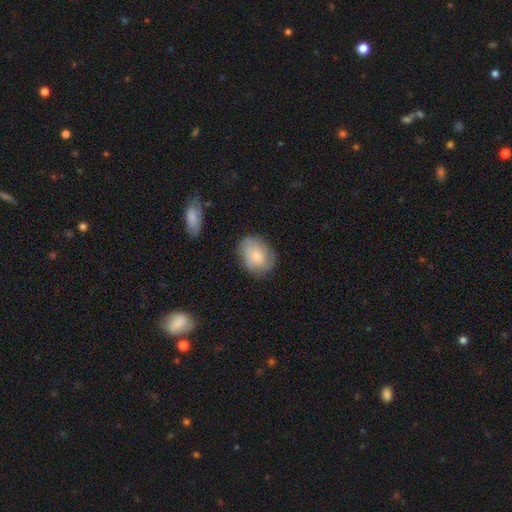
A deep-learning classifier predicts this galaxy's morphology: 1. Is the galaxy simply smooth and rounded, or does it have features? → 63% smooth, 30% featured or disk, 7% star or artifact.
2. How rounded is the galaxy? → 62% in between, 37% round, 1% cigar-shaped.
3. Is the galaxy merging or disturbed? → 71% none, 21% minor disturbance, 6% major disturbance, 2% merger.